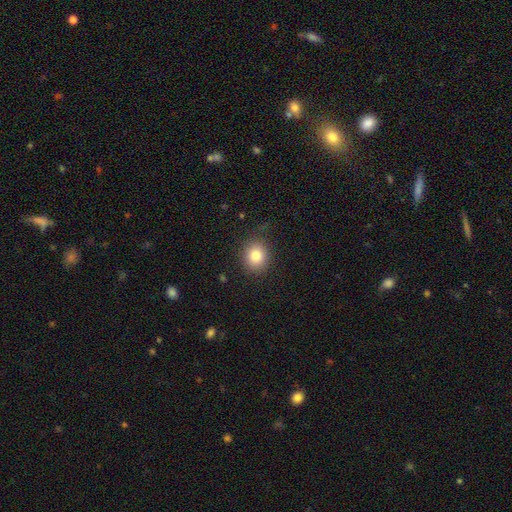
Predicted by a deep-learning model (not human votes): Smooth or featured? Predicted: smooth (p=0.81). How rounded? Predicted: round (p=0.77). Merging? Predicted: none (p=0.85).